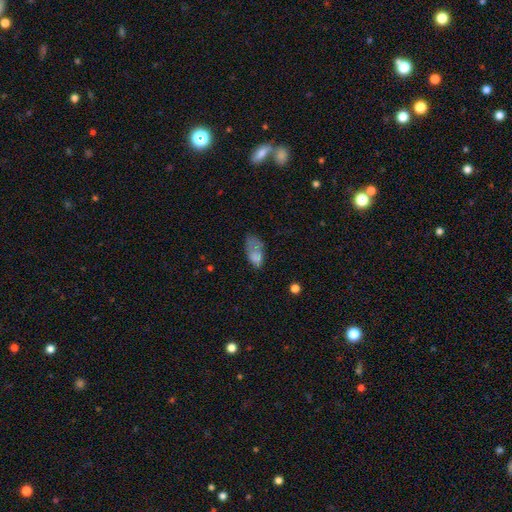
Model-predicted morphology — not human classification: smooth-or-featured: smooth: 70% | featured or disk: 20% | star or artifact: 10%
  how-rounded: in between: 90% | cigar-shaped: 5% | round: 5%
  merging: none: 30% | major disturbance: 29% | minor disturbance: 29% | merger: 12%